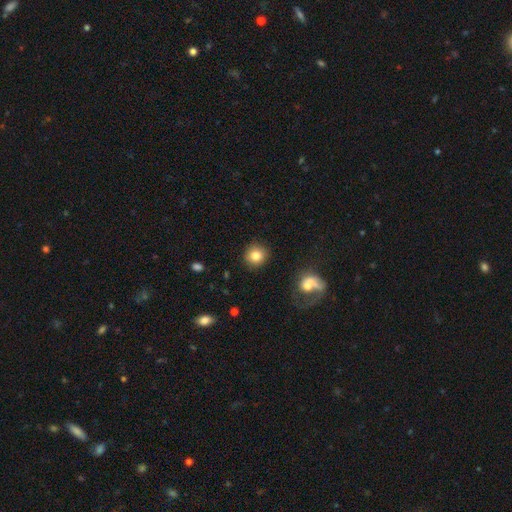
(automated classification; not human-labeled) Overall: smooth (82%). How rounded: round (91%). Merging: none (90%).